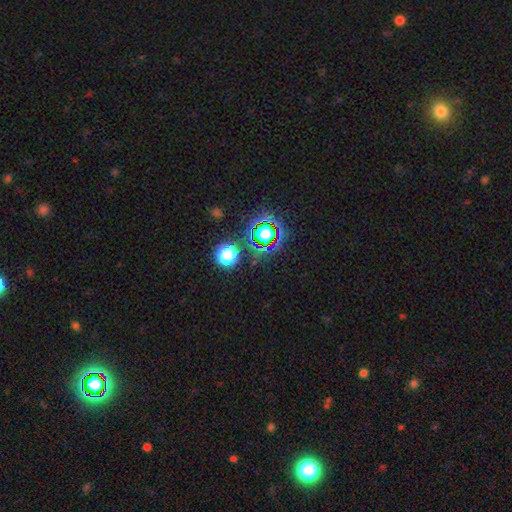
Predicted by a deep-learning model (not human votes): Smooth or featured? star or artifact (67%)